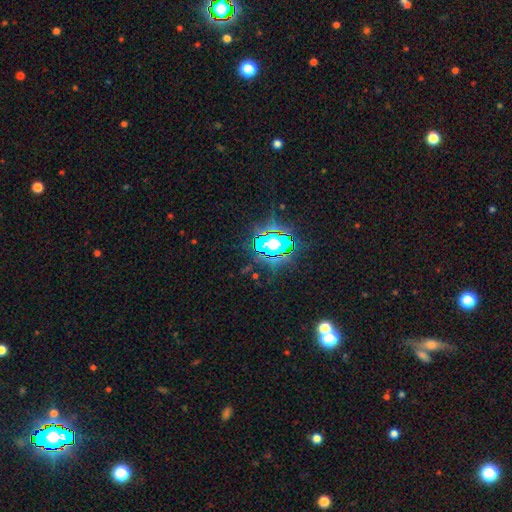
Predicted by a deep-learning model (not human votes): Morphology: type=star or artifact (82%).